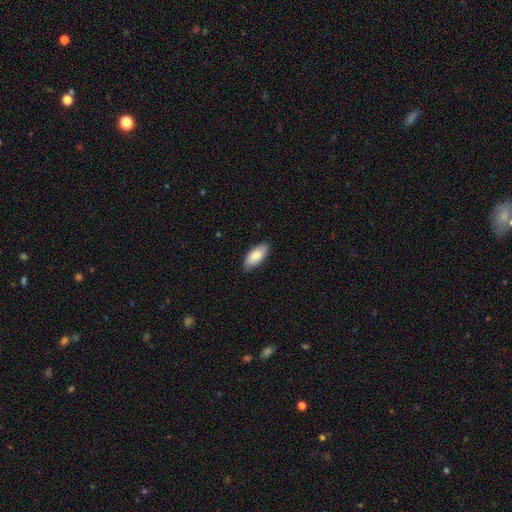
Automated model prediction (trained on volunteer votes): Morphology: type=smooth (78%); roundness=in between (91%); merging=none (81%).